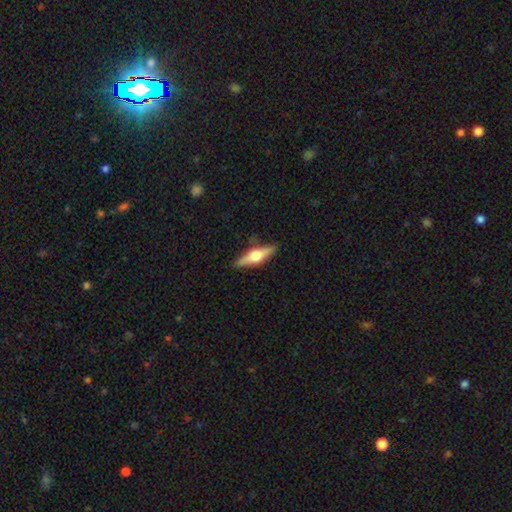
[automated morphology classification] Q: Smooth or featured?
A: featured or disk (59%); runner-up: smooth (35%)
Q: Edge-on disk?
A: yes (95%); runner-up: no (5%)
Q: Edge-on bulge?
A: rounded (94%); runner-up: boxy (4%)
Q: Merging?
A: none (87%); runner-up: minor disturbance (9%)